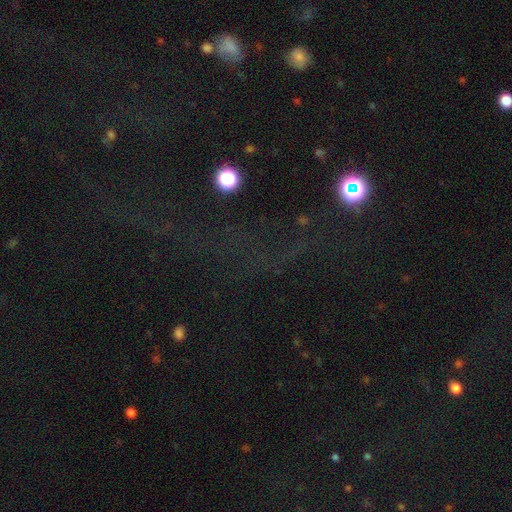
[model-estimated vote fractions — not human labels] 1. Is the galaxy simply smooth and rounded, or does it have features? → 72% star or artifact, 17% smooth, 11% featured or disk.